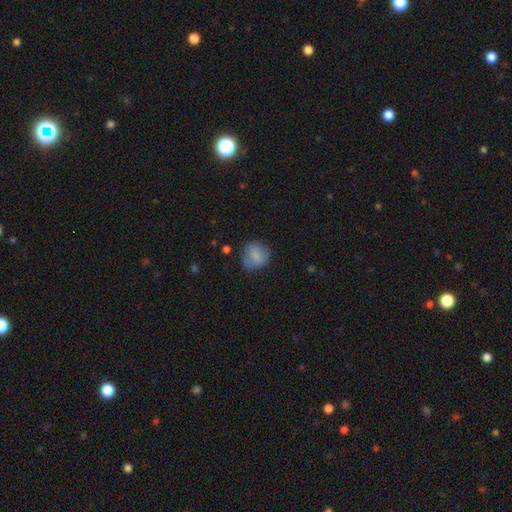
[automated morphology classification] A smooth galaxy with no disk features (80%) that is round (80%). Merging: none (66%).